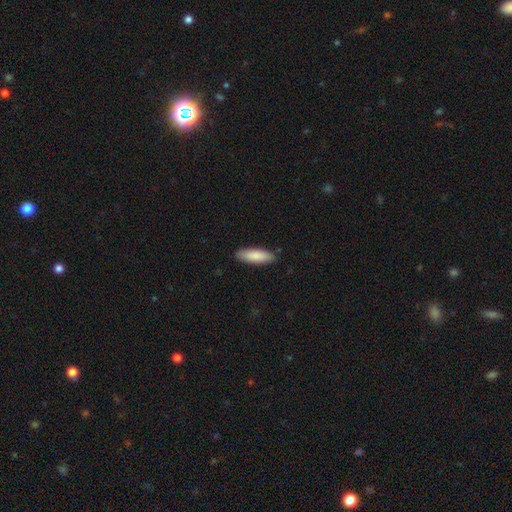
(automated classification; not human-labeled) Overall: smooth (87%). How rounded: cigar-shaped (50%; in between 48%). Merging: none (88%).